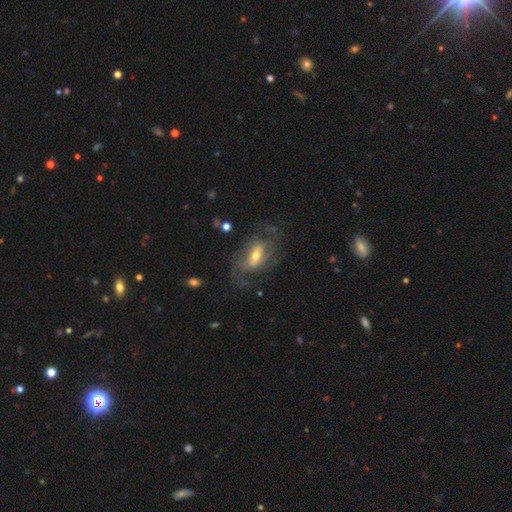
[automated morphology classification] featured or disk 76%, smooth 18%, star or artifact 7%. Down the decision tree: edge-on disk — no (93%); bar — weak (41%); spiral arms — yes (85%); spiral arm count — 2 (49%); spiral winding — medium (46%); bulge size — moderate (56%); merging — none (57%).